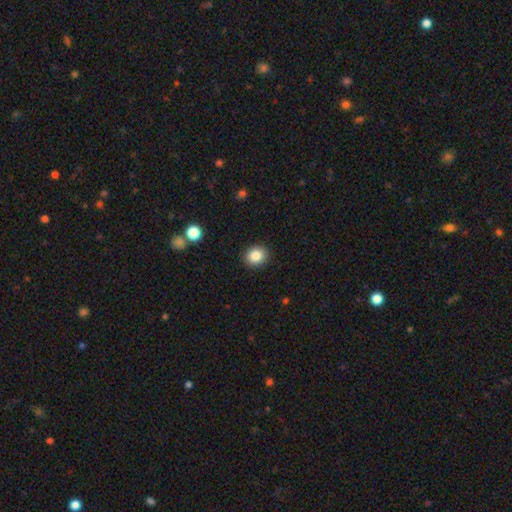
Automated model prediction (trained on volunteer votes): Overall: smooth (84%). How rounded: round (74%). Merging: none (91%).